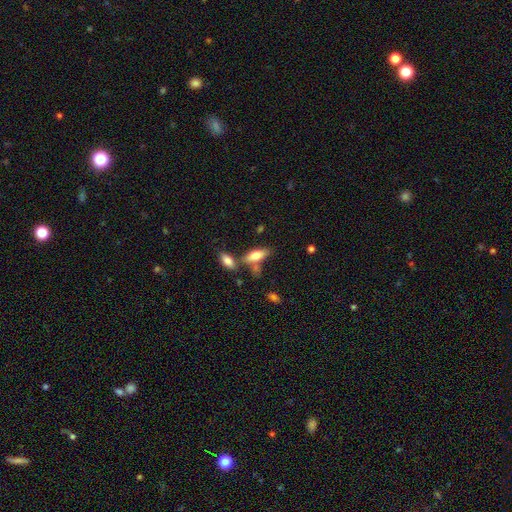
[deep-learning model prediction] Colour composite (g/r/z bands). It shows a smooth galaxy with no disk features (67%) that is in between round and cigar-shaped (68%). Merging: none (54%).